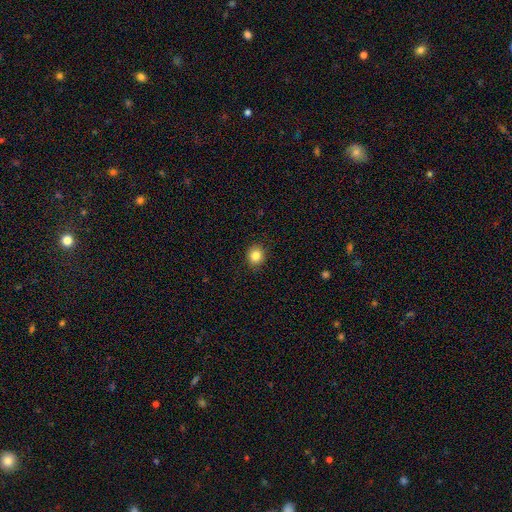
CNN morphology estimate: Smooth or featured?
  - smooth: 84% *
  - star or artifact: 10%
  - featured or disk: 6%
How rounded?
  - round: 83% *
  - in between: 16%
  - cigar-shaped: 1%
Merging?
  - none: 91% *
  - minor disturbance: 7%
  - major disturbance: 2%
  - merger: 1%